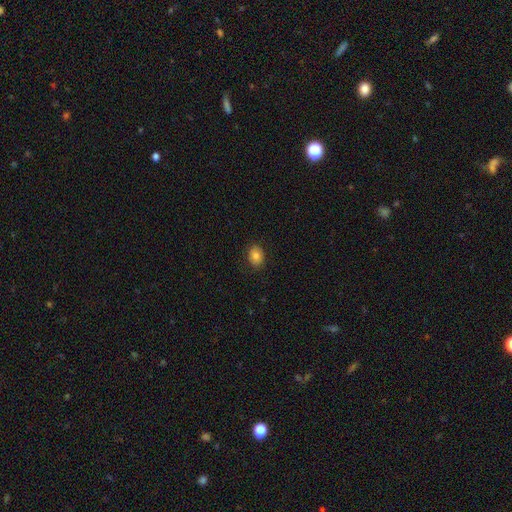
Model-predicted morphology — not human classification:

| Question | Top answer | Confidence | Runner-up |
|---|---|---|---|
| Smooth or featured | smooth | 82% | star or artifact (10%) |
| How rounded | in between | 60% | round (39%) |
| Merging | none | 87% | minor disturbance (10%) |